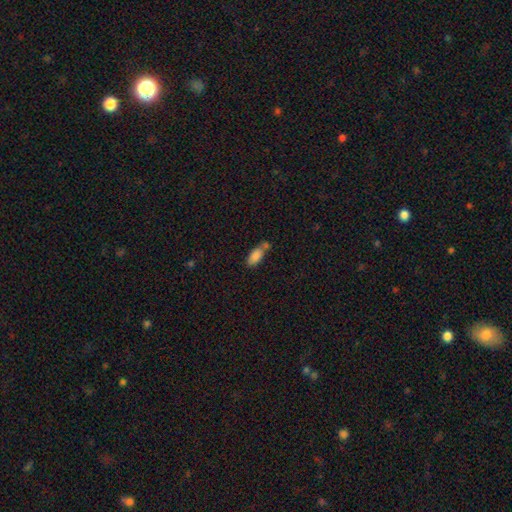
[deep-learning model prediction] This is clearly a smooth galaxy (84%). How rounded: clearly in between (86%). Merging: marginally none (40%).